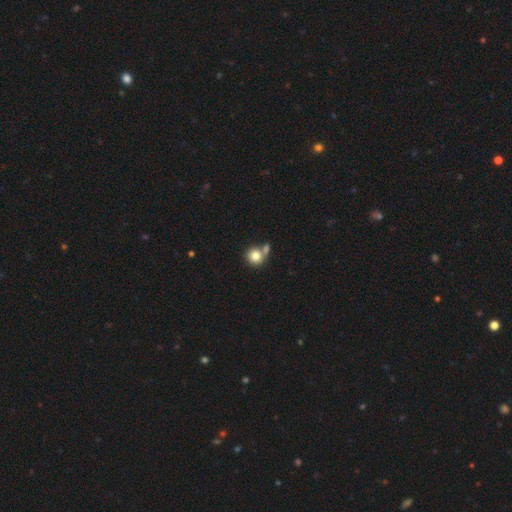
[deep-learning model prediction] smooth_or_featured: smooth (p=0.82) [alt: star or artifact p=0.10]
how_rounded: round (p=0.88) [alt: in between p=0.11]
merging: none (p=0.50) [alt: merger p=0.37]